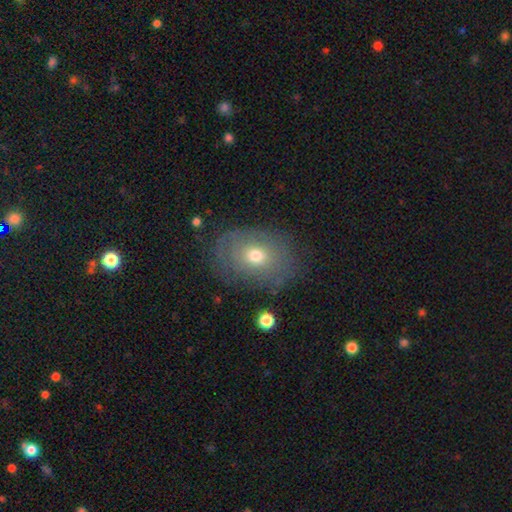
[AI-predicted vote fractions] Q: Smooth or featured?
A: smooth (57%); runner-up: featured or disk (32%)
Q: How rounded?
A: in between (69%); runner-up: round (29%)
Q: Merging?
A: none (75%); runner-up: minor disturbance (16%)